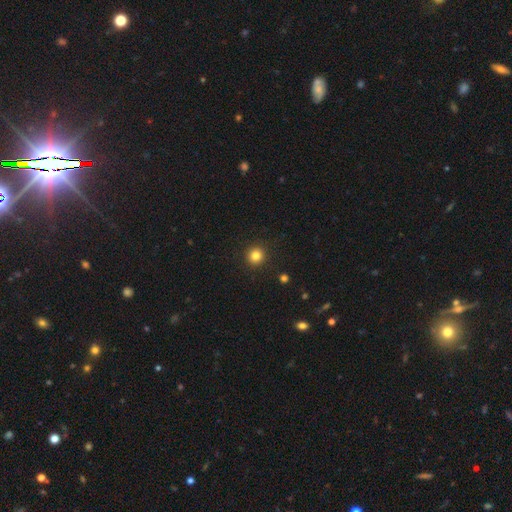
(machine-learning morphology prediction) A smooth galaxy with no disk features (82%) that is round (94%).

Vote fractions:
- Smooth or featured? smooth: 82% / star or artifact: 13% / featured or disk: 5%
- How rounded? round: 94% / in between: 5% / cigar-shaped: 1%
- Merging? none: 93% / minor disturbance: 5% / major disturbance: 2% / merger: 1%